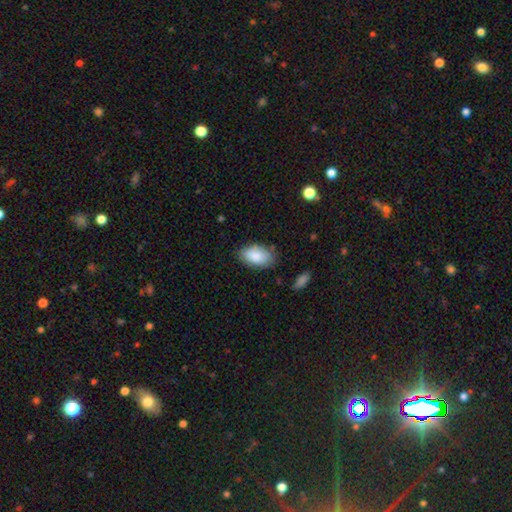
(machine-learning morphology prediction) The model was most divided on "merging": none: 78%, minor disturbance: 17%, major disturbance: 4%, merger: 2%. More confident: how rounded — in between (94%); smooth or featured — smooth (87%).